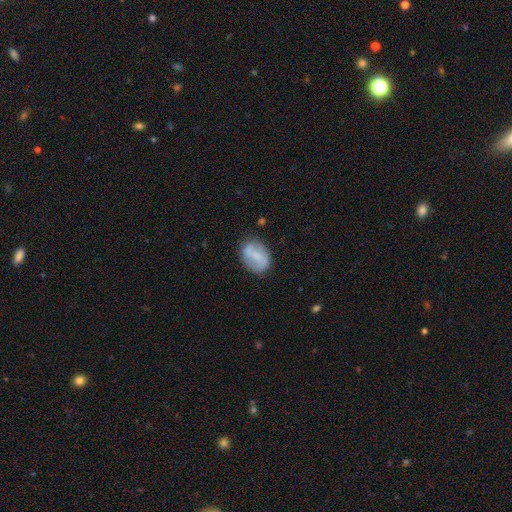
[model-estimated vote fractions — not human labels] smooth_or_featured: smooth (p=0.51) [alt: featured or disk p=0.42]
how_rounded: in between (p=0.75) [alt: round p=0.23]
merging: none (p=0.73) [alt: minor disturbance p=0.18]